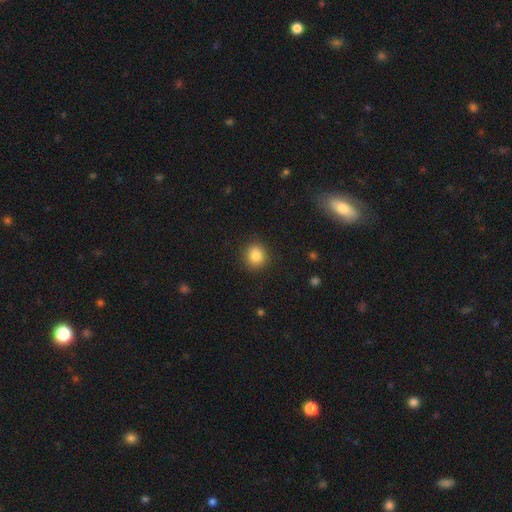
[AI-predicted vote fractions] A smooth galaxy with no disk features (85%) that is round (82%).

Vote fractions:
- Smooth or featured? smooth: 85% / star or artifact: 10% / featured or disk: 5%
- How rounded? round: 82% / in between: 17% / cigar-shaped: 1%
- Merging? none: 89% / minor disturbance: 7% / major disturbance: 2% / merger: 1%